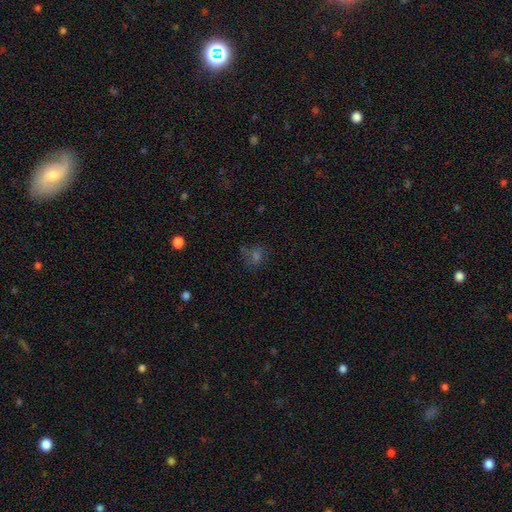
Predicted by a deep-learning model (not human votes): A smooth galaxy with no disk features (47%).

Vote fractions:
- Smooth or featured? smooth: 47% / star or artifact: 37% / featured or disk: 16%
- Merging? none: 66% / minor disturbance: 17% / major disturbance: 11% / merger: 5%